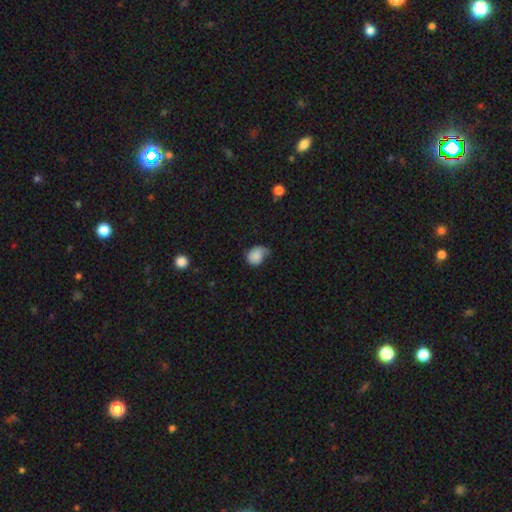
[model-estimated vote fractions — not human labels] Q: Smooth or featured?
A: smooth (78%); runner-up: featured or disk (14%)
Q: How rounded?
A: round (51%); runner-up: in between (48%)
Q: Merging?
A: minor disturbance (41%); runner-up: none (30%)